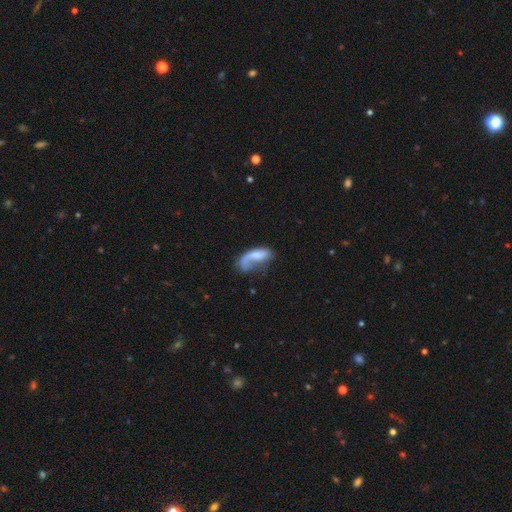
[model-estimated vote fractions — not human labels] Smooth or featured: smooth — 51% (featured or disk — 42%)
How rounded: in between — 78% (cigar-shaped — 18%)
Merging: major disturbance — 43% (none — 29%)